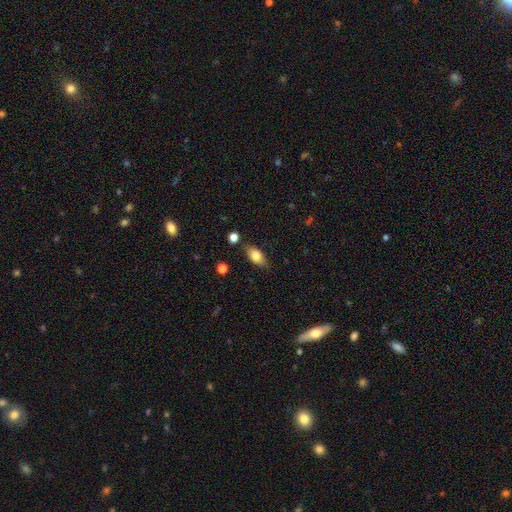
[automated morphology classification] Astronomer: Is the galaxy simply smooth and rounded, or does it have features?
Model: smooth — 76%.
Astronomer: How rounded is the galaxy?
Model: in between — 86%.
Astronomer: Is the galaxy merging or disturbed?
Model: none — 79%.